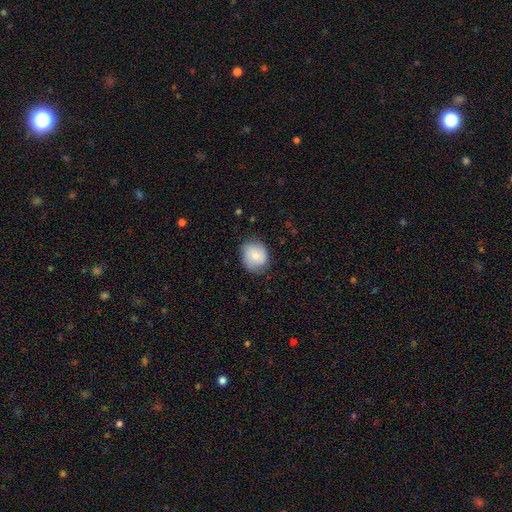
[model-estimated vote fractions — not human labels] The model was most divided on "how rounded": round: 70%, in between: 29%, cigar-shaped: 1%. More confident: smooth or featured — smooth (74%); merging — none (72%).